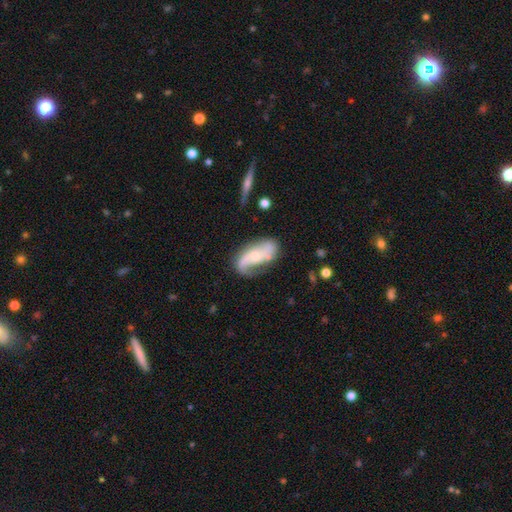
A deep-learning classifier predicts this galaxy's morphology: This is likely a featured or disk galaxy (73%). It is clearly not viewed edge-on (94%). Bar: possibly no (57%). Spiral arm pattern: clearly yes (91%). Spiral arm count: likely 2 (78%). Spiral winding: possibly loose (52%). Central bulge: possibly small (53%). Merging: possibly none (57%).